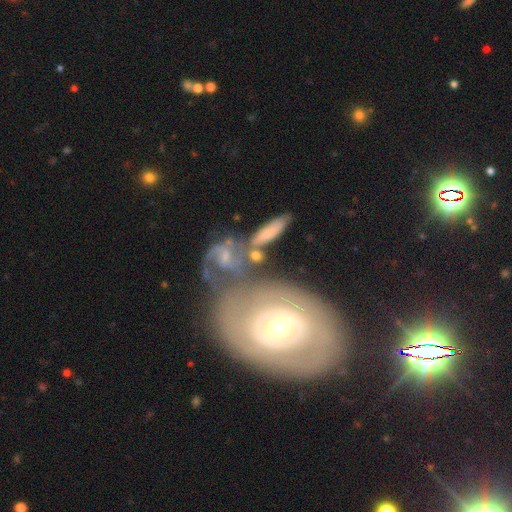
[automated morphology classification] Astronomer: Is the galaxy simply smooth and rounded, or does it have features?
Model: smooth — 46% (runner-up: featured or disk, 44%).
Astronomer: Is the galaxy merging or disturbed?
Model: none — 42% (runner-up: merger, 29%).